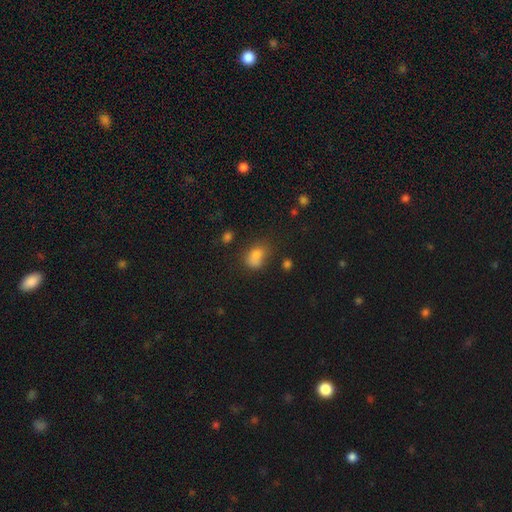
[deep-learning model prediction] Smooth or featured? smooth (76%)
How rounded? in between (67%)
Merging? none (45%)